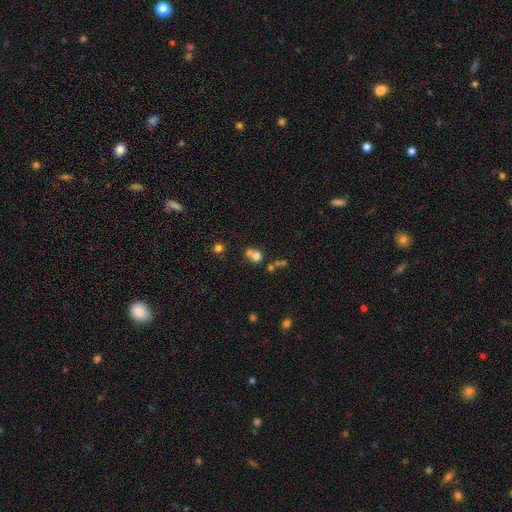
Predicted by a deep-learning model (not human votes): smooth 69%, star or artifact 16%, featured or disk 15%. Down the decision tree: how rounded — round (80%); merging — merger (50%).